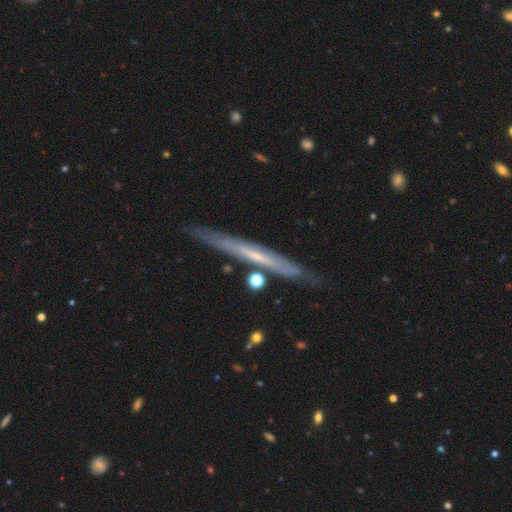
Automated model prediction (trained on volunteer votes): Smooth or featured? featured or disk (63%)
Edge-on disk? yes (90%)
Edge-on bulge? none (77%)
Merging? none (82%)